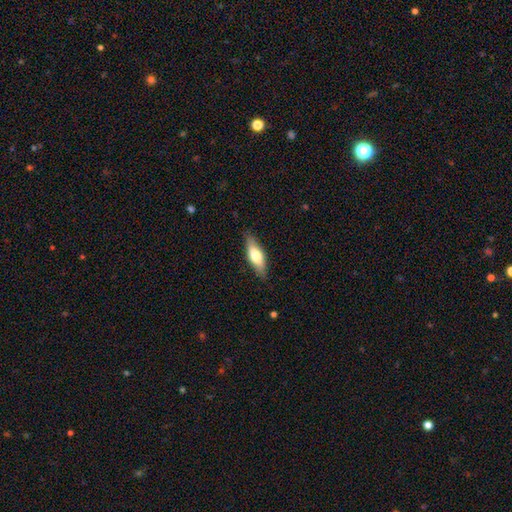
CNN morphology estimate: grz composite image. It shows a smooth galaxy with no disk features (64%) that is in between round and cigar-shaped (62%). Merging: none (83%).